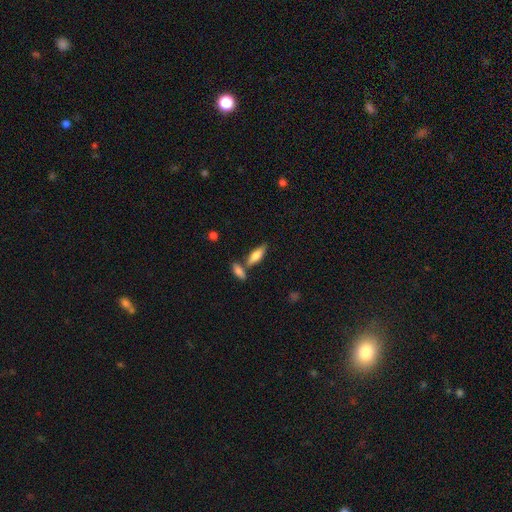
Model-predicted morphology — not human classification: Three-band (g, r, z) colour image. It shows a smooth galaxy with no disk features (75%) that is in between round and cigar-shaped (60%). Merging: none (59%).